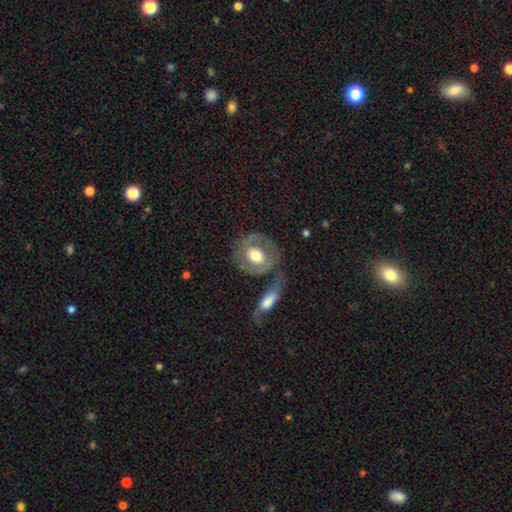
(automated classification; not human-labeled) A featured or disk galaxy (55%) with no bar (70%), no spiral arms (53%) and a moderate central bulge (56%).

Vote fractions:
- Smooth or featured? featured or disk: 55% / smooth: 39% / star or artifact: 6%
- Edge-on disk? no: 94% / yes: 6%
- Bar? no: 70% / weak: 21% / strong: 9%
- Spiral arms? no: 53% / yes: 47%
- Bulge size? moderate: 56% / large: 35% / small: 5% / dominant: 3% / none: 1%
- Merging? none: 60% / merger: 16% / minor disturbance: 15% / major disturbance: 9%